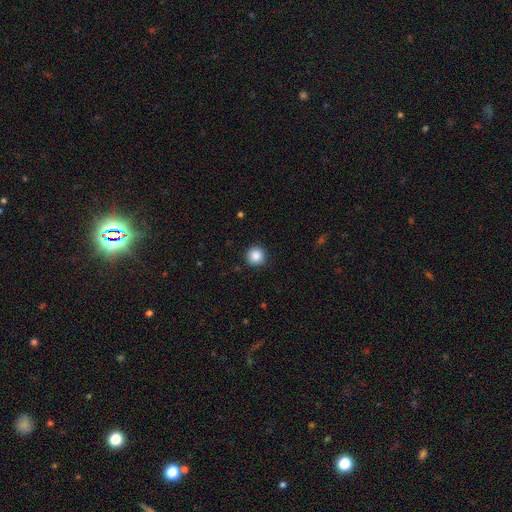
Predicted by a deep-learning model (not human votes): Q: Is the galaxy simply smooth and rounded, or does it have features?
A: smooth — 87%.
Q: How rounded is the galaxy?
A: round — 95%.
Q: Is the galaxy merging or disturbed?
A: none — 91%.